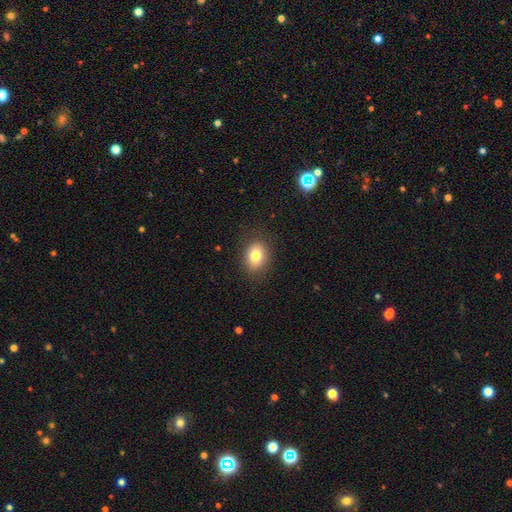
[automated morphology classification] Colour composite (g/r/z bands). It shows a smooth galaxy with no disk features (80%) that is in between round and cigar-shaped (58%). Merging: none (86%).